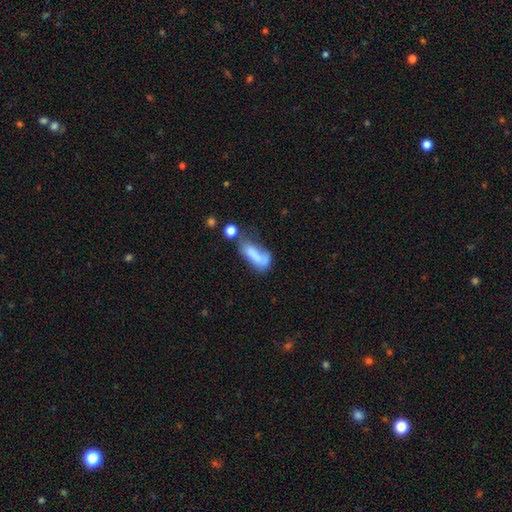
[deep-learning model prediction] Smooth or featured: smooth — 67% (featured or disk — 23%)
How rounded: in between — 72% (cigar-shaped — 24%)
Merging: major disturbance — 30% (merger — 24%)